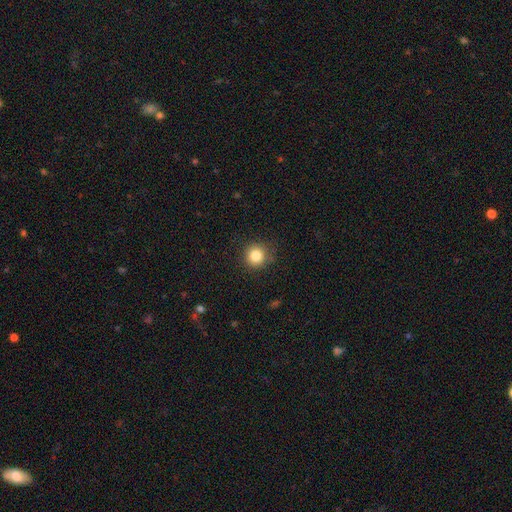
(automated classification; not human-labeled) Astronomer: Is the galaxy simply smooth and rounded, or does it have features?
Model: smooth — 83%.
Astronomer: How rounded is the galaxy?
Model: round — 93%.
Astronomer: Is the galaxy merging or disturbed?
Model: none — 87%.